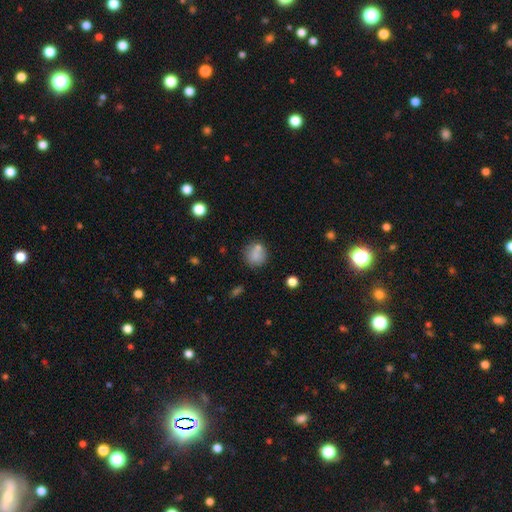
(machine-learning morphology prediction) Smooth or featured: smooth — 77% (featured or disk — 13%)
How rounded: round — 81% (in between — 17%)
Merging: none — 62% (merger — 19%)